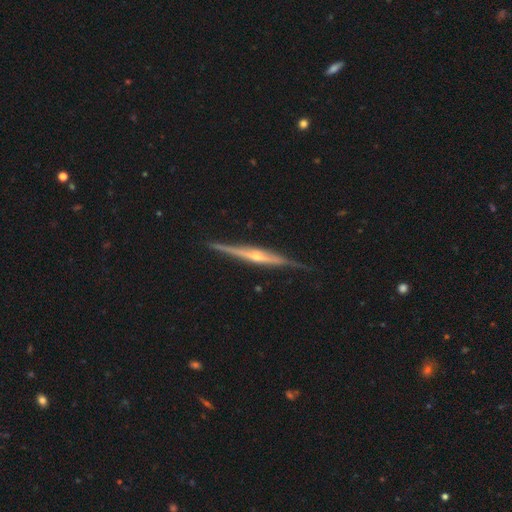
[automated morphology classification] A featured or disk galaxy (84%) viewed edge-on (98%) with a rounded central bulge (79%). Merging: none (84%).